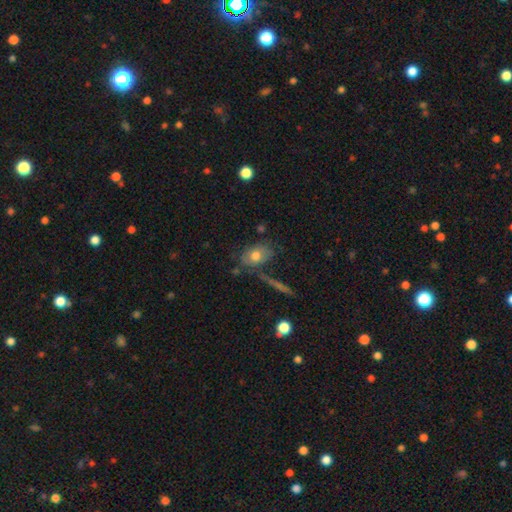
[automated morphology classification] A smooth galaxy with no disk features (70%) that is in between round and cigar-shaped (77%).

Vote fractions:
- Smooth or featured? smooth: 70% / featured or disk: 22% / star or artifact: 8%
- How rounded? in between: 77% / round: 19% / cigar-shaped: 3%
- Merging? none: 62% / minor disturbance: 20% / merger: 10% / major disturbance: 8%